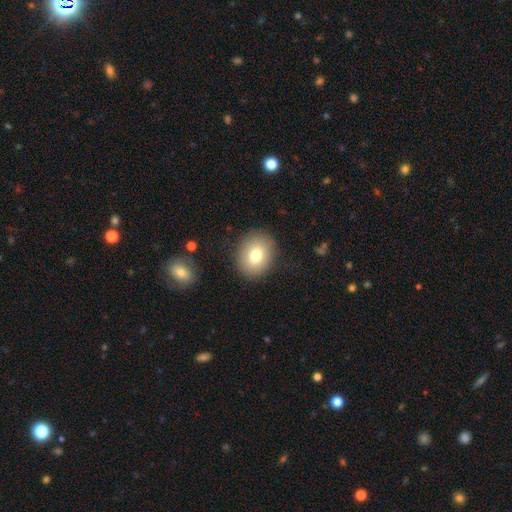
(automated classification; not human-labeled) smooth 78%, featured or disk 13%, star or artifact 9%. Down the decision tree: how rounded — round (57%); merging — none (87%).